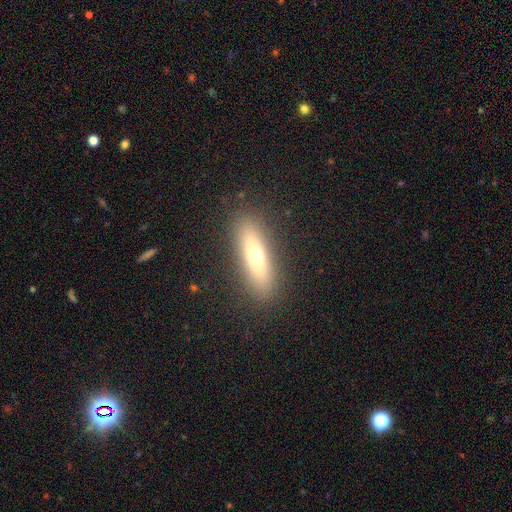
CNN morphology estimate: Q: Smooth or featured?
A: smooth (58%); runner-up: featured or disk (34%)
Q: How rounded?
A: cigar-shaped (64%); runner-up: in between (34%)
Q: Merging?
A: none (89%); runner-up: minor disturbance (8%)